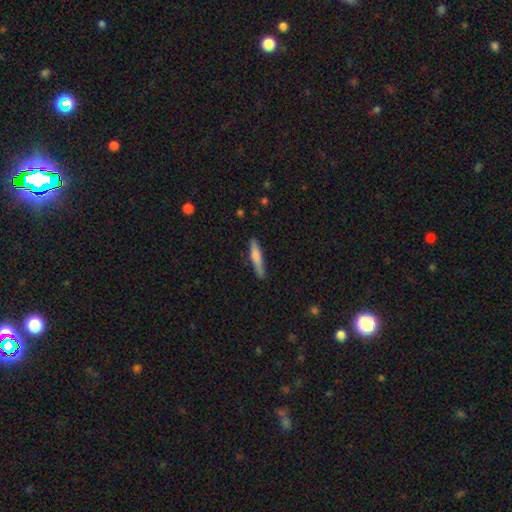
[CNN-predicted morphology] smooth_or_featured: smooth (p=0.65) [alt: featured or disk p=0.29]
how_rounded: cigar-shaped (p=0.90) [alt: in between p=0.08]
merging: none (p=0.83) [alt: minor disturbance p=0.13]